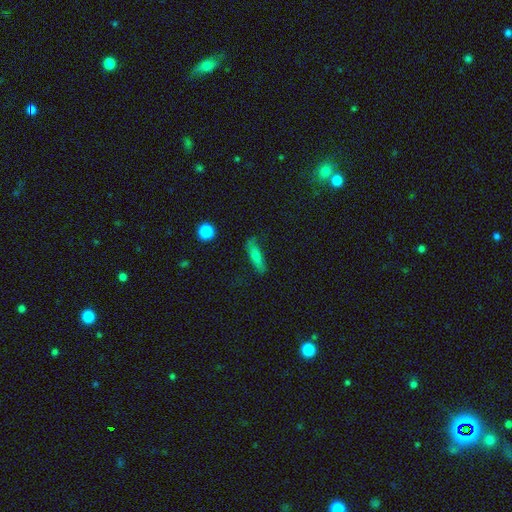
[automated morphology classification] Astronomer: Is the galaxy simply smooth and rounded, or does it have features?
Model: smooth — 62%.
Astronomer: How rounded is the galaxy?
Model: cigar-shaped — 64%.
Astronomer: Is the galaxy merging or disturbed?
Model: none — 72%.